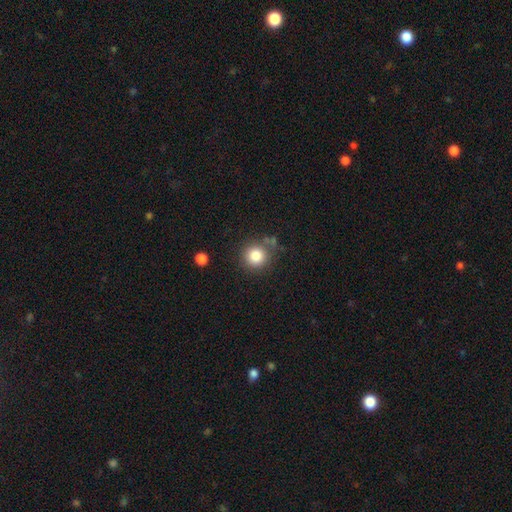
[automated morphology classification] This appears to be a smooth galaxy with no disk features (83%) that is round (93%). Merging: none (77%).